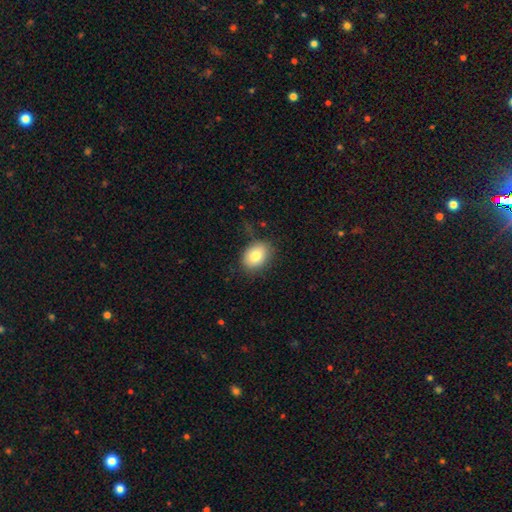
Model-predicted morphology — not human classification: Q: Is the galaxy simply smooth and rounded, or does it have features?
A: smooth — 81%.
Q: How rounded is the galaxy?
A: in between — 72%.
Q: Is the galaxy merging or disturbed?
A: none — 79%.